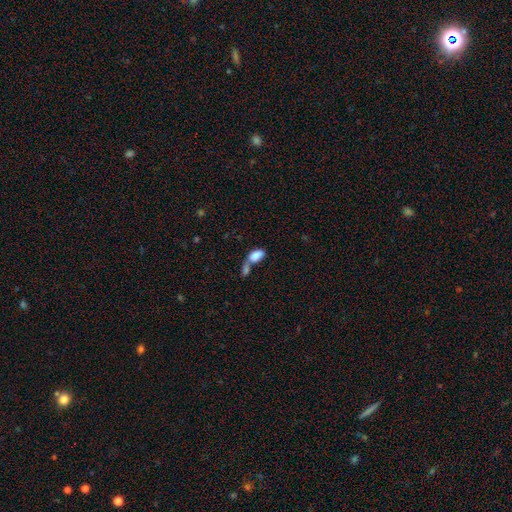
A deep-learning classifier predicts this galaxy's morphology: Smooth or featured: smooth — 84% (featured or disk — 9%)
How rounded: in between — 93% (round — 4%)
Merging: merger — 62% (none — 23%)